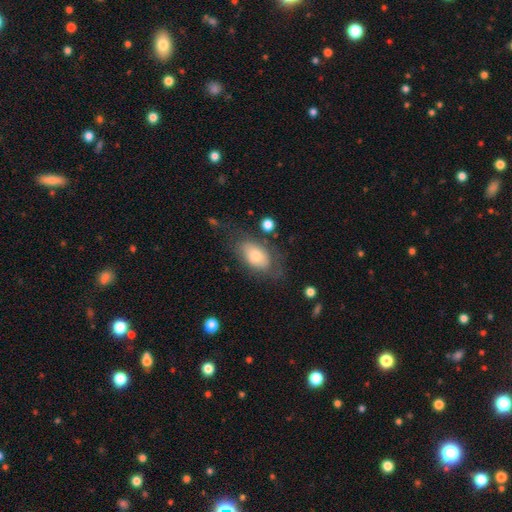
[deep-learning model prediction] The model was most divided on "merging": none: 59%, minor disturbance: 23%, major disturbance: 15%, merger: 3%. More confident: how rounded — in between (89%); smooth or featured — smooth (66%).